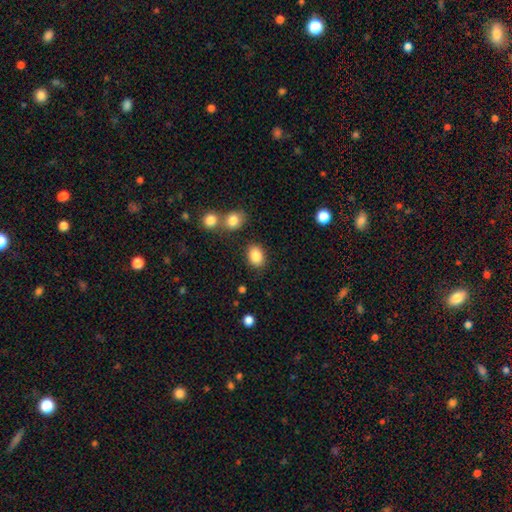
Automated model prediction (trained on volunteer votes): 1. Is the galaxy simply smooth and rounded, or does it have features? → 86% smooth, 9% star or artifact, 5% featured or disk.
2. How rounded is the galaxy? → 68% in between, 31% round, 1% cigar-shaped.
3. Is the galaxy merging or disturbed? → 80% none, 10% minor disturbance, 6% merger, 3% major disturbance.